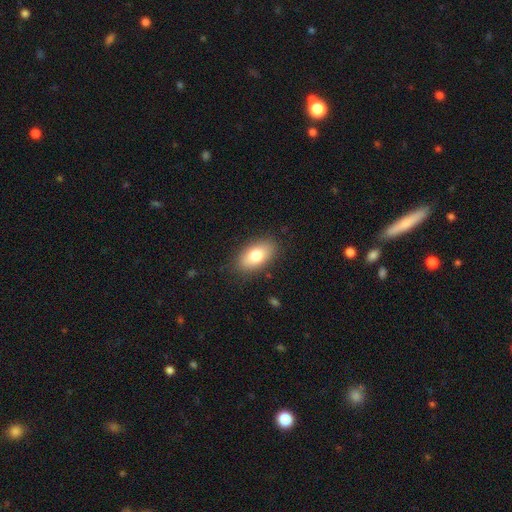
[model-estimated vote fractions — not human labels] smooth_or_featured: smooth (p=0.78) [alt: featured or disk p=0.14]
how_rounded: in between (p=0.92) [alt: round p=0.05]
merging: none (p=0.84) [alt: minor disturbance p=0.11]